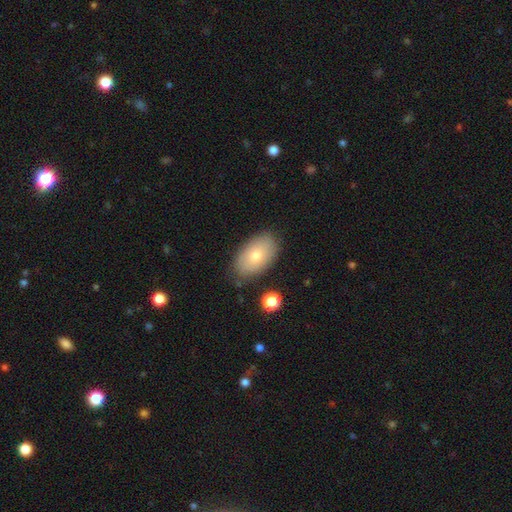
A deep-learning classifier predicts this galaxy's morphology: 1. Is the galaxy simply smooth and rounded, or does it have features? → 76% smooth, 17% featured or disk, 7% star or artifact.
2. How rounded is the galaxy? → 93% in between, 5% round, 1% cigar-shaped.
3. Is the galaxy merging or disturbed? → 80% none, 14% minor disturbance, 3% major disturbance, 2% merger.